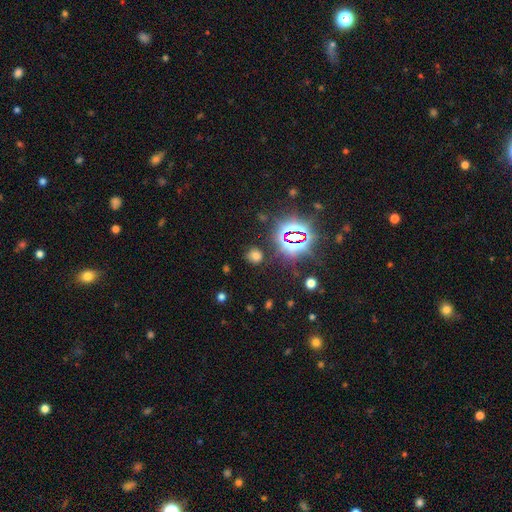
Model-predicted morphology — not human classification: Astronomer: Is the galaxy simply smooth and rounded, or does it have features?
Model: smooth — 57% (runner-up: star or artifact, 36%).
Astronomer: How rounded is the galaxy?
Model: round — 80%.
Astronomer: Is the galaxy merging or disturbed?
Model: none — 83%.